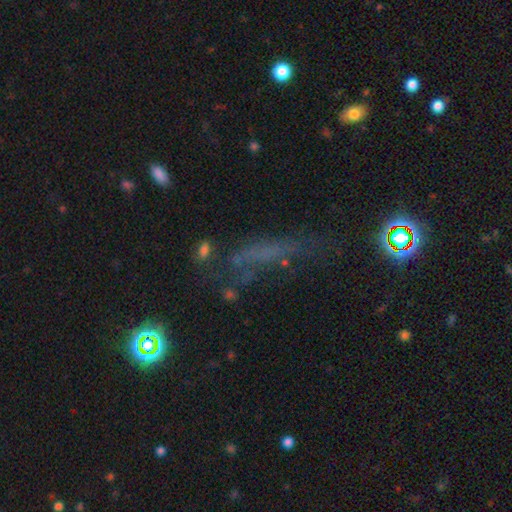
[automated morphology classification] Overall: smooth (38%; star or artifact 33%). Merging: none (46%; major disturbance 27%).